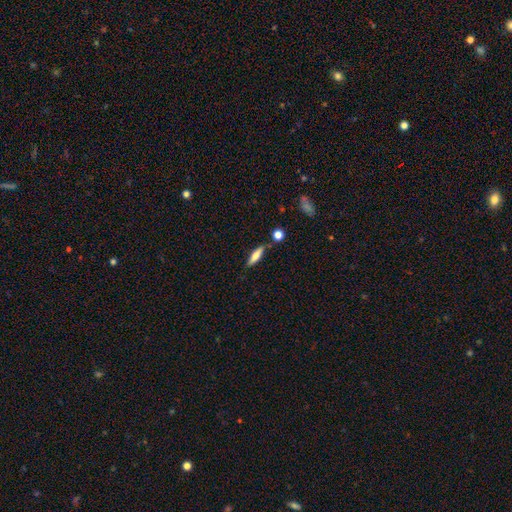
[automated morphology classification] A smooth galaxy with no disk features (60%) that is cigar-shaped (64%).

Vote fractions:
- Smooth or featured? smooth: 60% / featured or disk: 33% / star or artifact: 7%
- How rounded? cigar-shaped: 64% / in between: 34% / round: 3%
- Merging? none: 78% / minor disturbance: 12% / merger: 7% / major disturbance: 3%